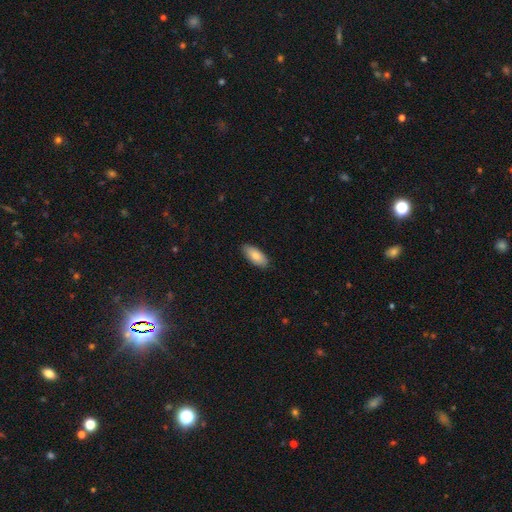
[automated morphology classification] Smooth or featured: smooth — 86% (featured or disk — 9%)
How rounded: in between — 87% (cigar-shaped — 11%)
Merging: none — 88% (minor disturbance — 9%)